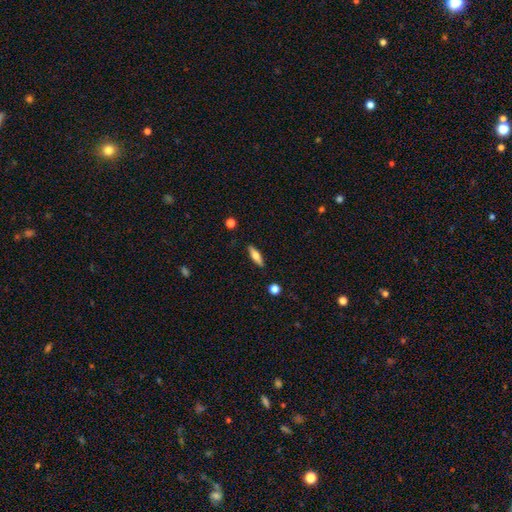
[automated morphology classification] This appears to be a smooth galaxy with no disk features (64%) that is cigar-shaped (53%). Merging: none (88%).